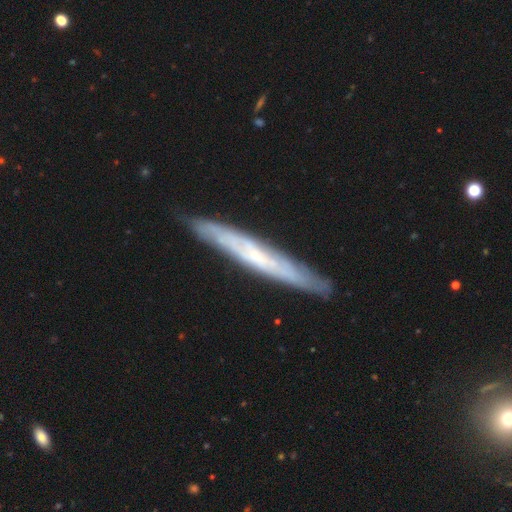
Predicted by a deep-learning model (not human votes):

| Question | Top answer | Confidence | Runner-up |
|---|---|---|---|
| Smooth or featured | featured or disk | 68% | smooth (26%) |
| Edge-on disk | yes | 76% | no (24%) |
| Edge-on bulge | none | 73% | rounded (22%) |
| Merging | none | 86% | minor disturbance (11%) |